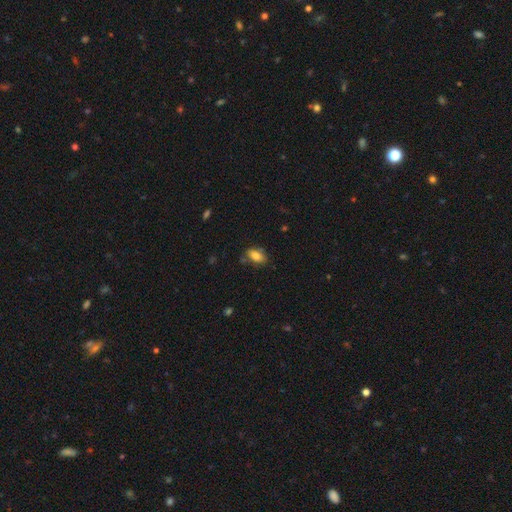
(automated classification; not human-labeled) Smooth or featured?
  - smooth: 79% *
  - featured or disk: 12%
  - star or artifact: 9%
How rounded?
  - in between: 88% *
  - round: 8%
  - cigar-shaped: 4%
Merging?
  - none: 71% *
  - minor disturbance: 20%
  - merger: 5%
  - major disturbance: 5%